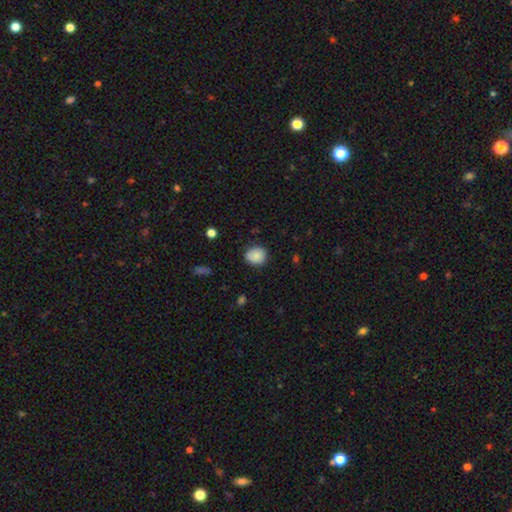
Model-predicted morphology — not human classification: Smooth or featured? smooth (85%)
How rounded? round (71%)
Merging? none (79%)